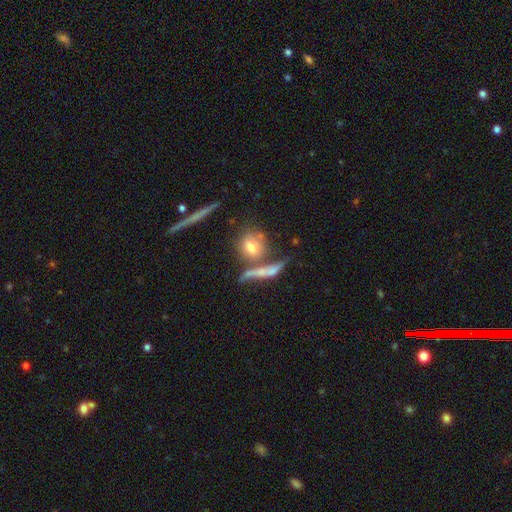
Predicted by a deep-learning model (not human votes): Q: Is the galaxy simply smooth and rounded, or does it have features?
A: featured or disk — 46%.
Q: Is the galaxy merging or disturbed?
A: none — 59%.